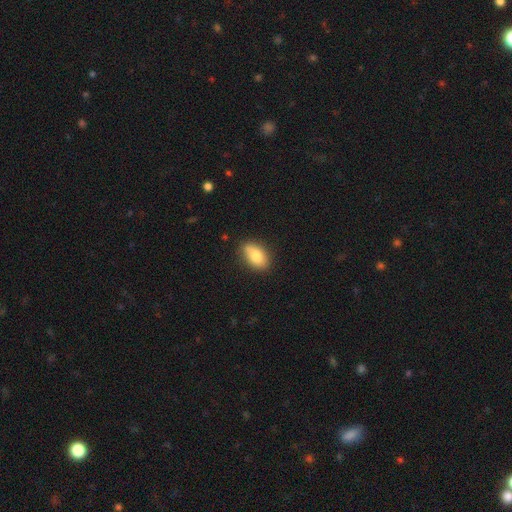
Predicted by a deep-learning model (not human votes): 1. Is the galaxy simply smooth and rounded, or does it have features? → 81% smooth, 12% featured or disk, 7% star or artifact.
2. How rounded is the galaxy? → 89% in between, 9% round, 2% cigar-shaped.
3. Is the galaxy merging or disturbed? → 70% none, 20% minor disturbance, 5% merger, 4% major disturbance.